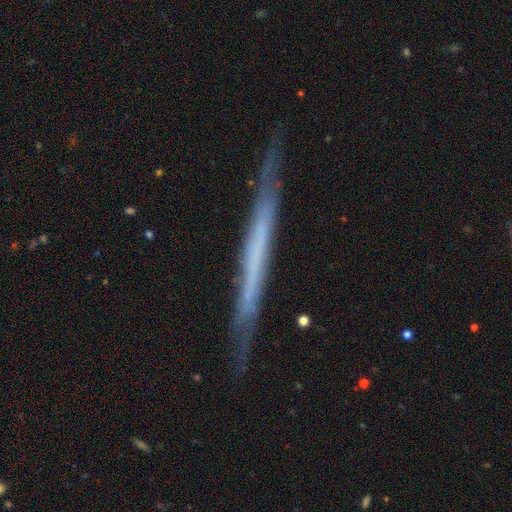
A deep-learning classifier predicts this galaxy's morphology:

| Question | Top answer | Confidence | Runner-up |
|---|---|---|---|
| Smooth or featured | featured or disk | 63% | smooth (30%) |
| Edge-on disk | yes | 95% | no (5%) |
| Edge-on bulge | none | 91% | rounded (5%) |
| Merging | none | 85% | minor disturbance (12%) |